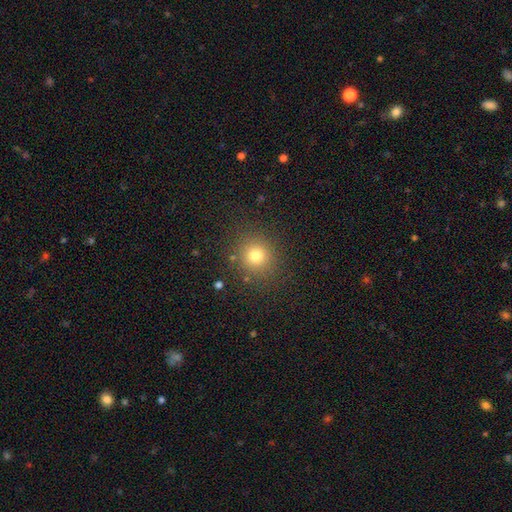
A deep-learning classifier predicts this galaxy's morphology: Smooth or featured? smooth (76%)
How rounded? round (89%)
Merging? none (86%)